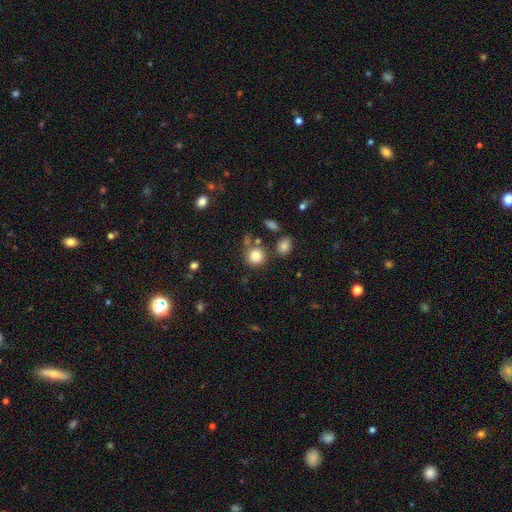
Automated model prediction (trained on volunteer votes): Q: Smooth or featured?
A: smooth (84%); runner-up: star or artifact (10%)
Q: How rounded?
A: round (87%); runner-up: in between (12%)
Q: Merging?
A: none (71%); runner-up: merger (13%)